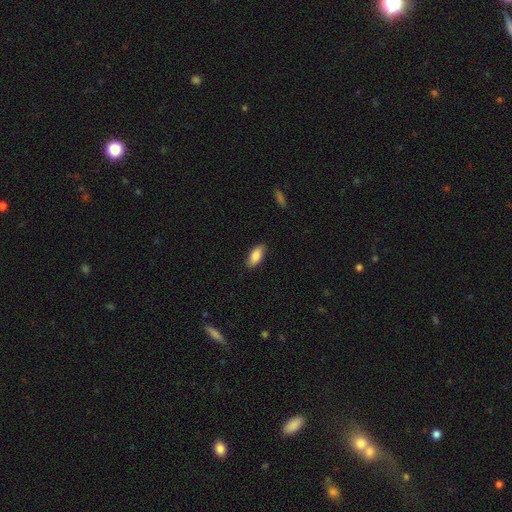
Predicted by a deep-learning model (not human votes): A smooth galaxy with no disk features (85%) that is in between round and cigar-shaped (88%).

Vote fractions:
- Smooth or featured? smooth: 85% / featured or disk: 8% / star or artifact: 6%
- How rounded? in between: 88% / cigar-shaped: 10% / round: 2%
- Merging? none: 84% / minor disturbance: 13% / major disturbance: 2% / merger: 1%